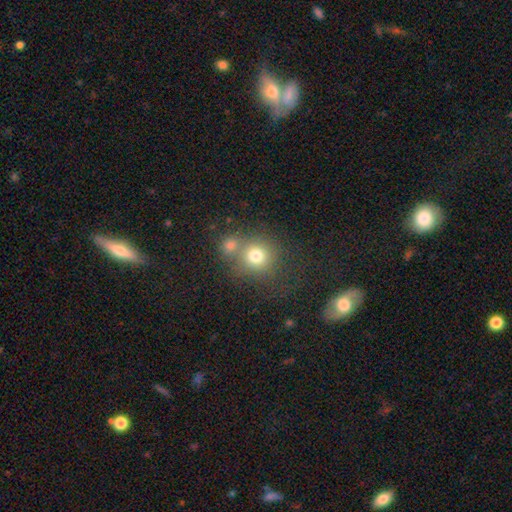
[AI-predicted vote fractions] Smooth or featured?
  - smooth: 75% *
  - star or artifact: 14%
  - featured or disk: 11%
How rounded?
  - round: 88% *
  - in between: 12%
  - cigar-shaped: 1%
Merging?
  - none: 51% *
  - merger: 35%
  - minor disturbance: 9%
  - major disturbance: 5%